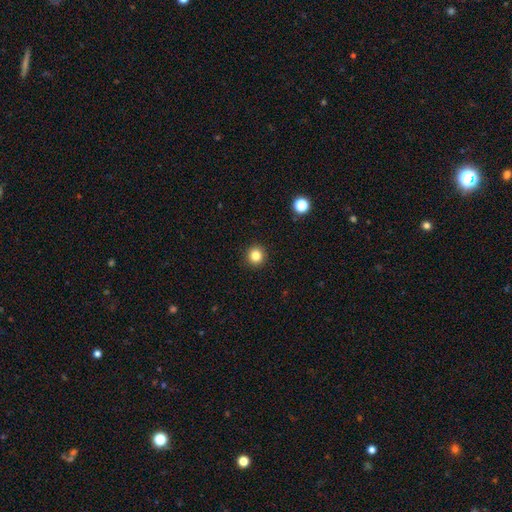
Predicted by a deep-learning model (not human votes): smooth 84%, star or artifact 12%, featured or disk 5%. Down the decision tree: how rounded — round (95%); merging — none (93%).